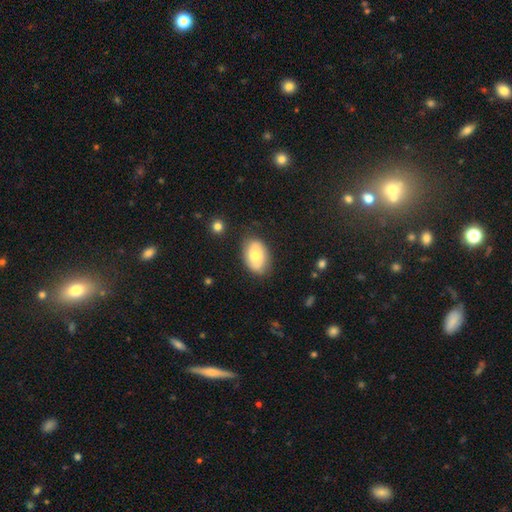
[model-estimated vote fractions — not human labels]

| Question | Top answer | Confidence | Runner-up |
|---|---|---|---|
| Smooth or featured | smooth | 68% | featured or disk (25%) |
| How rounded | in between | 88% | round (11%) |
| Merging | none | 78% | minor disturbance (16%) |